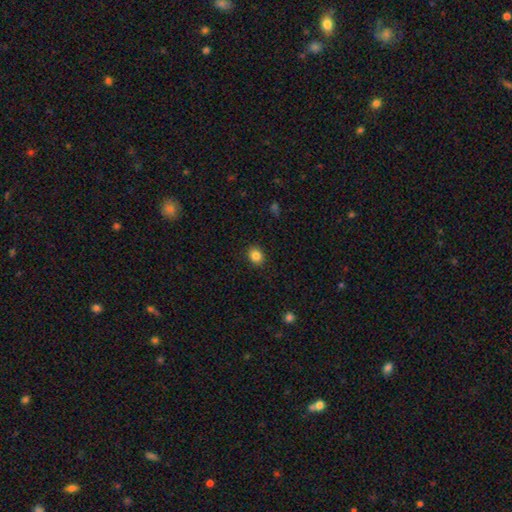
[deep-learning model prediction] Smooth or featured?
  - smooth: 85% *
  - star or artifact: 10%
  - featured or disk: 5%
How rounded?
  - round: 65% *
  - in between: 34%
  - cigar-shaped: 1%
Merging?
  - none: 88% *
  - minor disturbance: 8%
  - major disturbance: 2%
  - merger: 1%